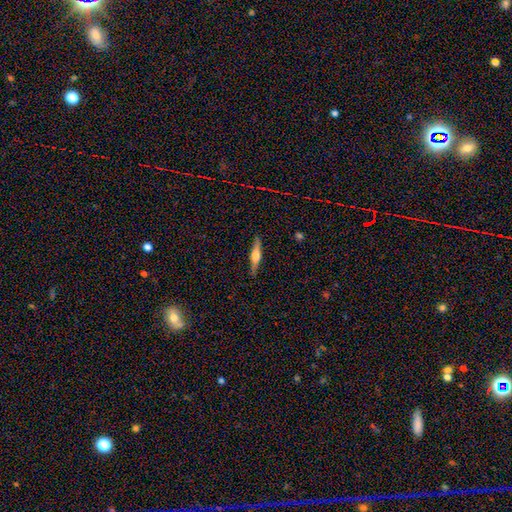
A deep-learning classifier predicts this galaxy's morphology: This appears to be a featured or disk galaxy (65%) viewed edge-on (97%) with a rounded central bulge (88%). Merging: none (89%).